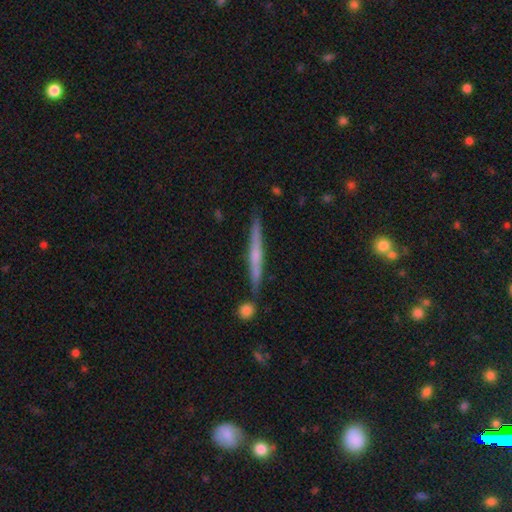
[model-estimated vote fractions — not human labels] smooth-or-featured: featured or disk: 62% | smooth: 32% | star or artifact: 6%
  disk-edge-on: yes: 97% | no: 3%
    edge-on-bulge: rounded: 51% | none: 41% | boxy: 8%
  merging: none: 85% | minor disturbance: 9% | merger: 4% | major disturbance: 2%